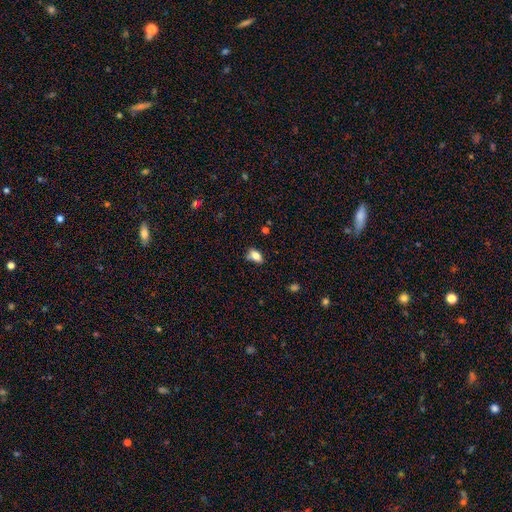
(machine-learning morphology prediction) Q: Smooth or featured?
A: smooth (81%); runner-up: featured or disk (9%)
Q: How rounded?
A: in between (87%); runner-up: round (9%)
Q: Merging?
A: none (67%); runner-up: minor disturbance (24%)